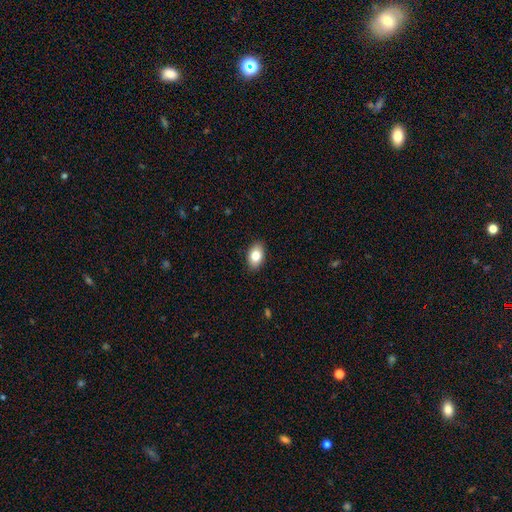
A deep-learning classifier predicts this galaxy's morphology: The model was most divided on "smooth or featured": smooth: 81%, featured or disk: 11%, star or artifact: 8%. More confident: merging — none (89%); how rounded — in between (89%).